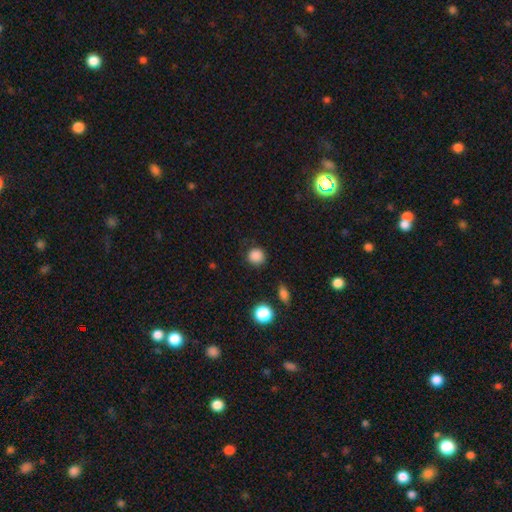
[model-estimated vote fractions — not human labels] smooth 86%, star or artifact 11%, featured or disk 3%. Down the decision tree: how rounded — round (91%); merging — none (84%).